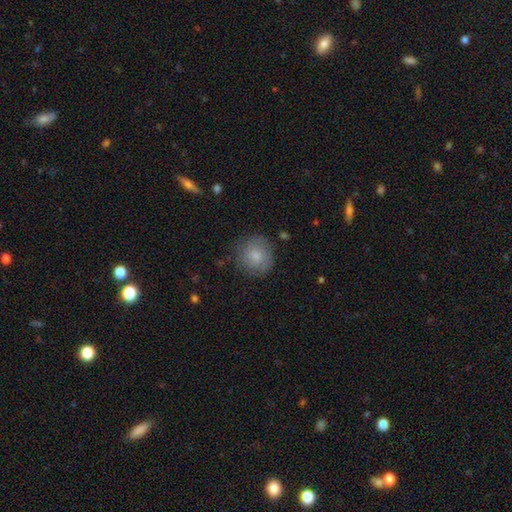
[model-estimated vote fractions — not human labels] Overall: smooth (72%). How rounded: round (90%). Merging: none (77%).